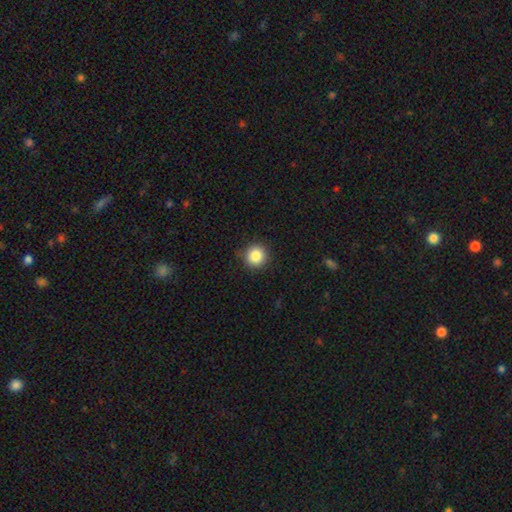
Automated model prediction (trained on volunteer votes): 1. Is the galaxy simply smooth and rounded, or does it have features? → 85% smooth, 10% star or artifact, 5% featured or disk.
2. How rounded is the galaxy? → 95% round, 4% in between, 1% cigar-shaped.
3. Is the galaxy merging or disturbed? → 89% none, 8% minor disturbance, 2% major disturbance, 1% merger.